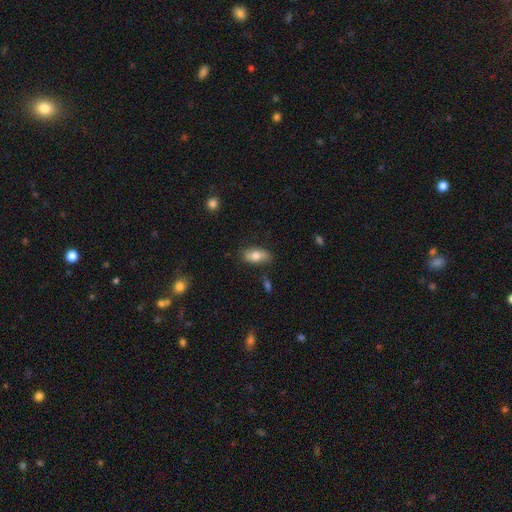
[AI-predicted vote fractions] This is likely a smooth galaxy (74%). How rounded: clearly in between (88%). Merging: likely none (78%).